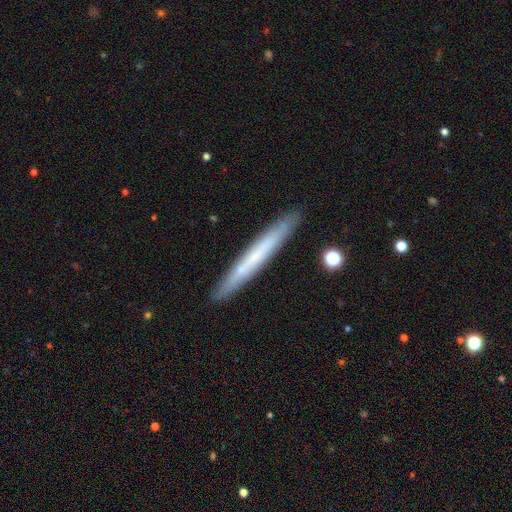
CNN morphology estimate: This appears to be a smooth galaxy with no disk features (48%). Merging: none (89%).